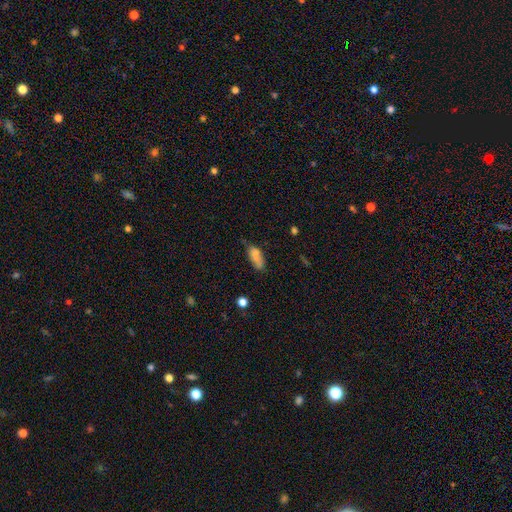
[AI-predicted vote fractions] A smooth galaxy with no disk features (75%) that is in between round and cigar-shaped (80%). Merging: none (50%).